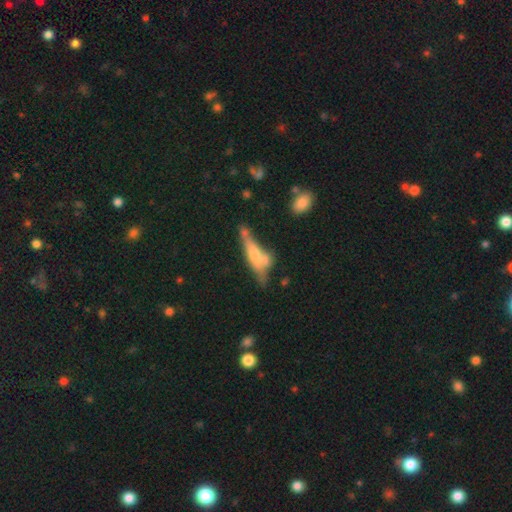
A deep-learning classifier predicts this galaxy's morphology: Smooth or featured?
  - smooth: 46% * (tied)
  - featured or disk: 46% * (tied)
  - star or artifact: 8%
Merging?
  - none: 43% *
  - merger: 28%
  - minor disturbance: 20%
  - major disturbance: 10%